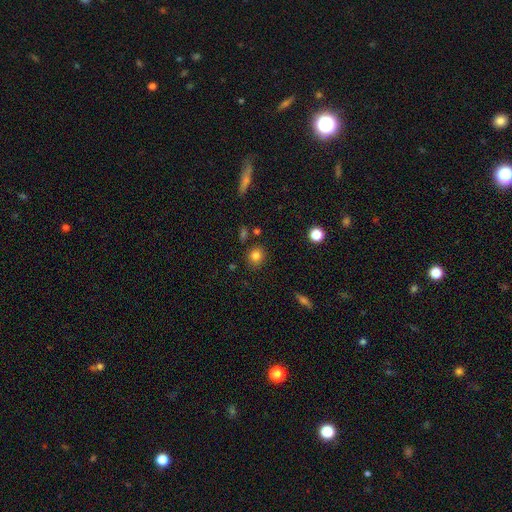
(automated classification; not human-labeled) Smooth or featured?
  - smooth: 82% *
  - star or artifact: 12%
  - featured or disk: 6%
How rounded?
  - round: 80% *
  - in between: 19%
  - cigar-shaped: 1%
Merging?
  - none: 85% *
  - minor disturbance: 9%
  - merger: 3%
  - major disturbance: 3%